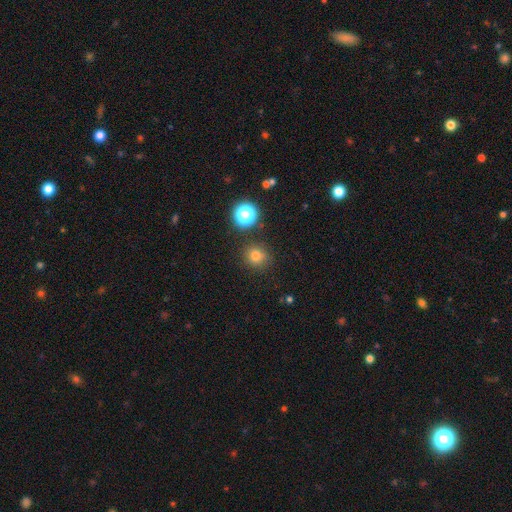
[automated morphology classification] The model was most divided on "smooth or featured": smooth: 75%, star or artifact: 18%, featured or disk: 6%. More confident: how rounded — round (89%); merging — none (86%).